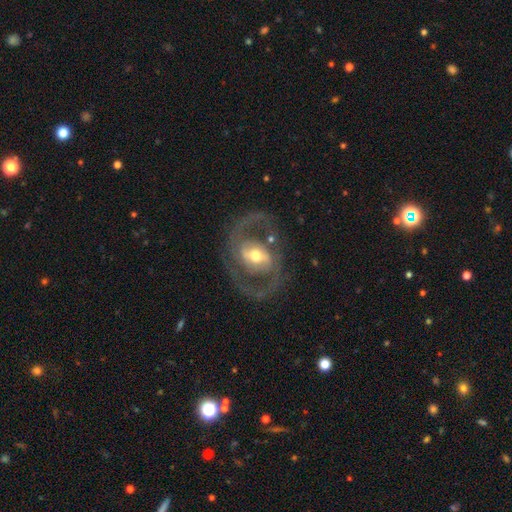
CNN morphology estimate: featured or disk 84%, smooth 11%, star or artifact 5%. Down the decision tree: edge-on disk — no (96%); bar — weak (37%); spiral arms — yes (80%); spiral arm count — 2 (86%); spiral winding — medium (54%); bulge size — moderate (67%); merging — none (73%).